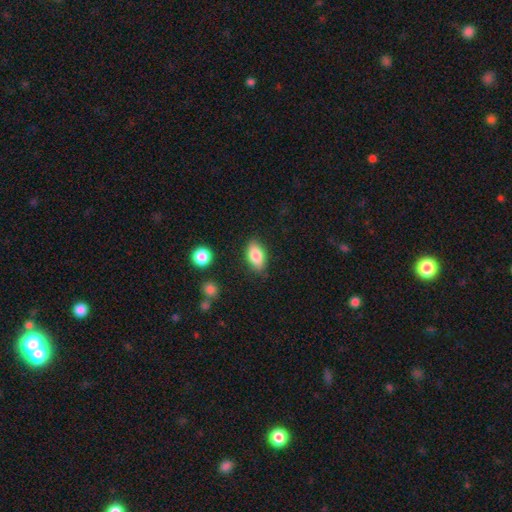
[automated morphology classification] smooth_or_featured: smooth (p=0.84) [alt: featured or disk p=0.09]
how_rounded: in between (p=0.90) [alt: cigar-shaped p=0.05]
merging: none (p=0.83) [alt: minor disturbance p=0.12]